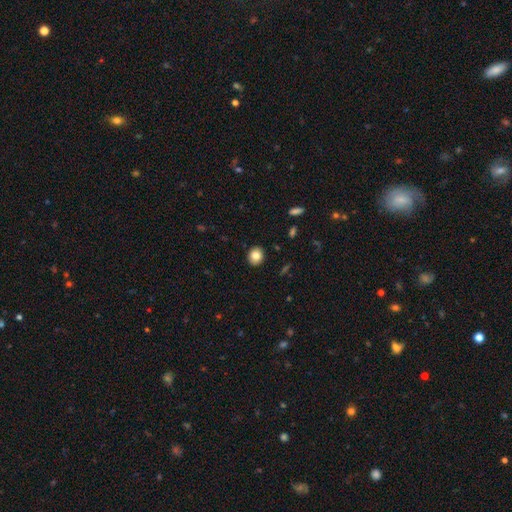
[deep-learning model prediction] The model was most divided on "how rounded": round: 72%, in between: 27%, cigar-shaped: 1%. More confident: merging — none (90%); smooth or featured — smooth (81%).